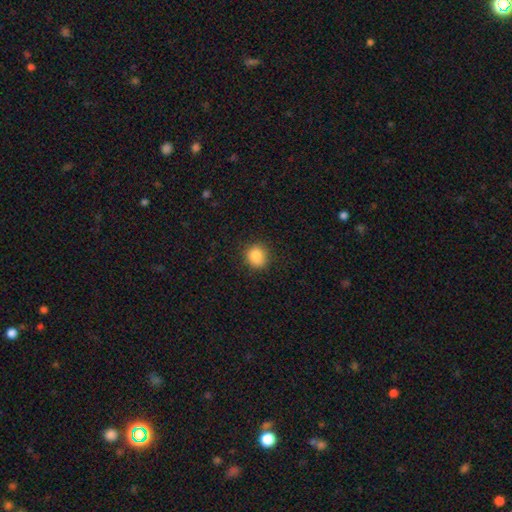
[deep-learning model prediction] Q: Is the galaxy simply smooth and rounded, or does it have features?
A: smooth — 85%.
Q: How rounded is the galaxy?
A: round — 84%.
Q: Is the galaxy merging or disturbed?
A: none — 84%.